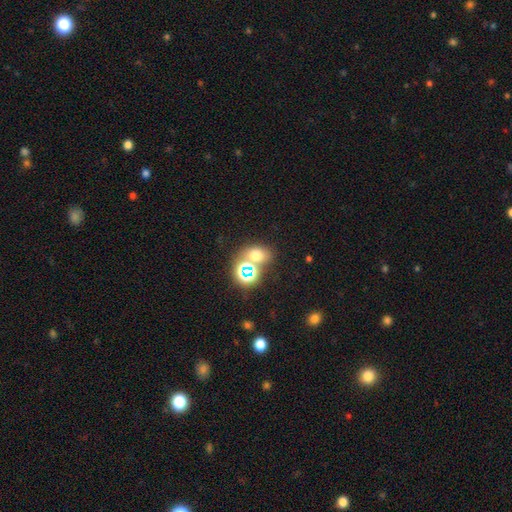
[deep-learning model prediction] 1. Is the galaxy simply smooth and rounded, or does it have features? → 60% smooth, 29% star or artifact, 11% featured or disk.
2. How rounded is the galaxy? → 50% round, 49% in between, 1% cigar-shaped.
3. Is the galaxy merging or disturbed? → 57% none, 29% merger, 9% minor disturbance, 5% major disturbance.